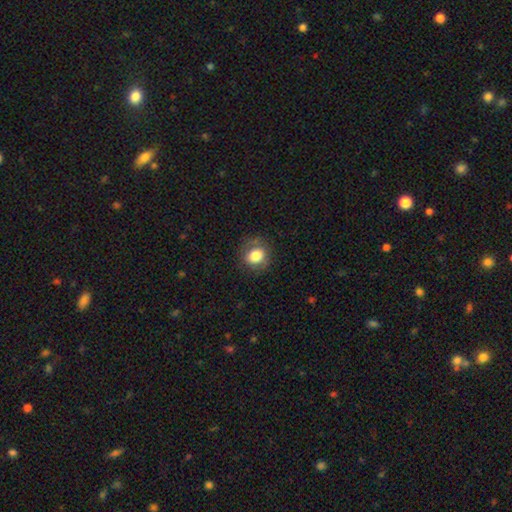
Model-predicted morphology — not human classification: Smooth or featured? smooth (79%)
How rounded? round (70%)
Merging? none (75%)